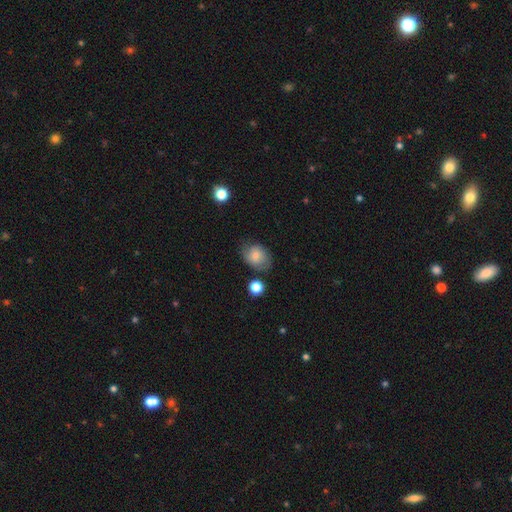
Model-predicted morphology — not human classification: Smooth or featured: smooth — 72% (featured or disk — 19%)
How rounded: in between — 59% (round — 40%)
Merging: none — 64% (minor disturbance — 24%)